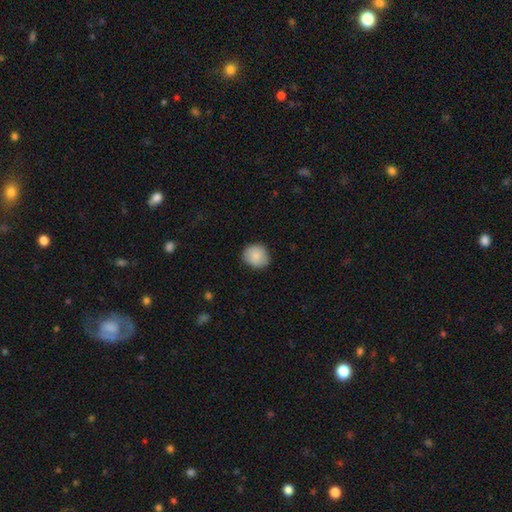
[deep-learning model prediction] Smooth or featured?
  - smooth: 87% *
  - star or artifact: 7%
  - featured or disk: 6%
How rounded?
  - round: 78% *
  - in between: 21%
  - cigar-shaped: 1%
Merging?
  - none: 86% *
  - minor disturbance: 11%
  - major disturbance: 2%
  - merger: 1%